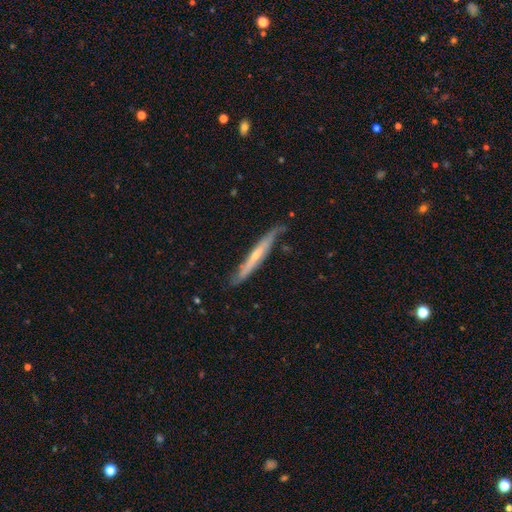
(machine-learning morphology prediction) Q: Smooth or featured?
A: featured or disk (63%); runner-up: smooth (32%)
Q: Edge-on disk?
A: yes (85%); runner-up: no (15%)
Q: Edge-on bulge?
A: rounded (50%); runner-up: none (45%)
Q: Merging?
A: none (70%); runner-up: minor disturbance (24%)